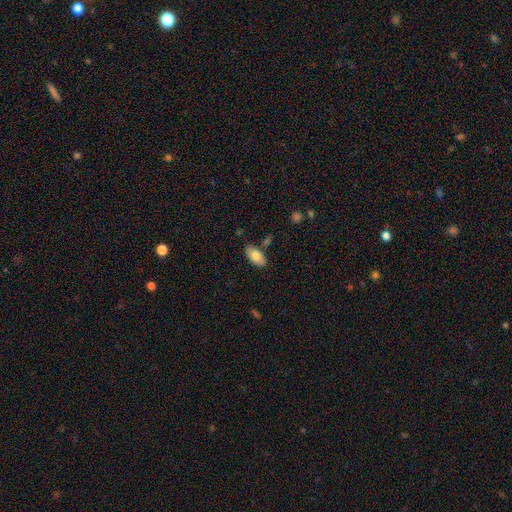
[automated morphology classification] A smooth galaxy with no disk features (74%) that is in between round and cigar-shaped (94%). Merging: none (80%).